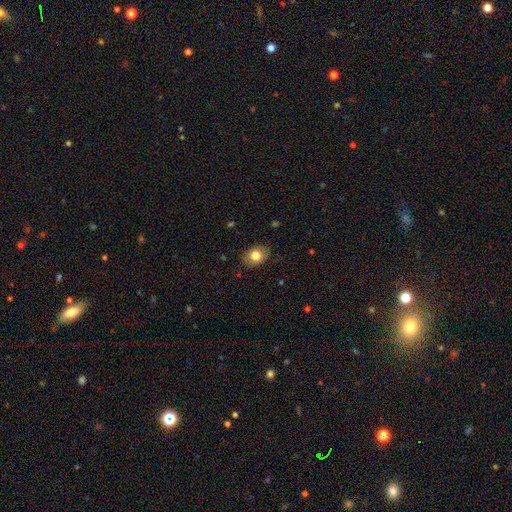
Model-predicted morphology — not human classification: This is likely a smooth galaxy (77%). How rounded: likely in between (73%). Merging: clearly none (82%).